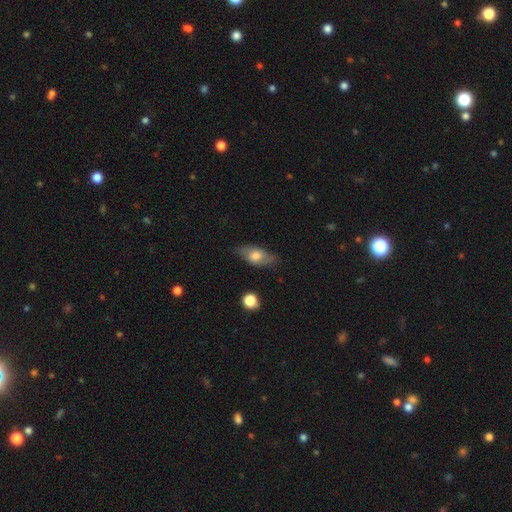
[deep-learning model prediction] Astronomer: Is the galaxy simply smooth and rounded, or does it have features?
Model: smooth — 63%.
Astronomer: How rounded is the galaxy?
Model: in between — 81%.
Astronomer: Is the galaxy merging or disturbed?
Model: none — 75%.